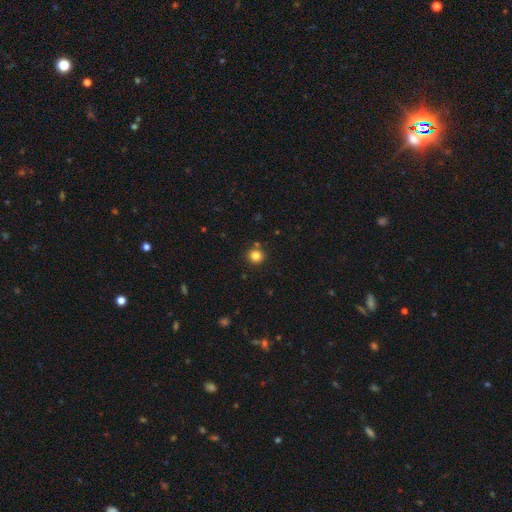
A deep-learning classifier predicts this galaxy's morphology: smooth 83%, star or artifact 12%, featured or disk 5%. Down the decision tree: how rounded — round (92%); merging — none (84%).